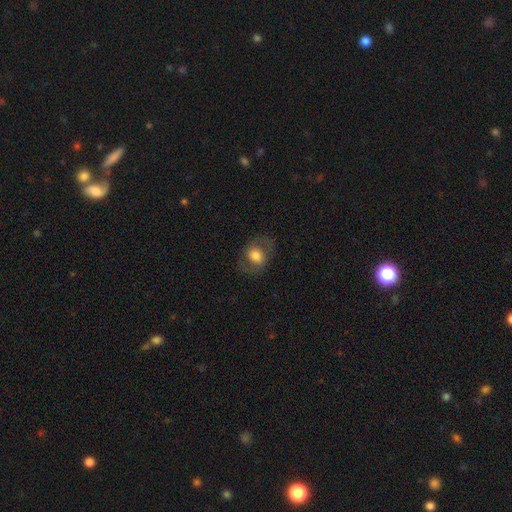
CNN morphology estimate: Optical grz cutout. It shows a smooth galaxy with no disk features (62%) that is in between round and cigar-shaped (52%). Merging: none (72%).